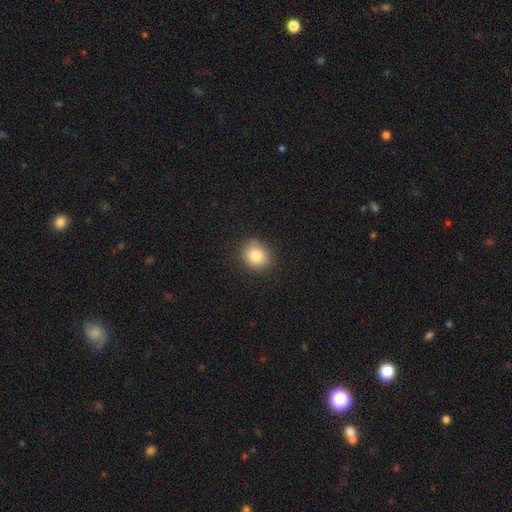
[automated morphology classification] This appears to be a smooth galaxy with no disk features (84%) that is round (72%). Merging: none (86%).